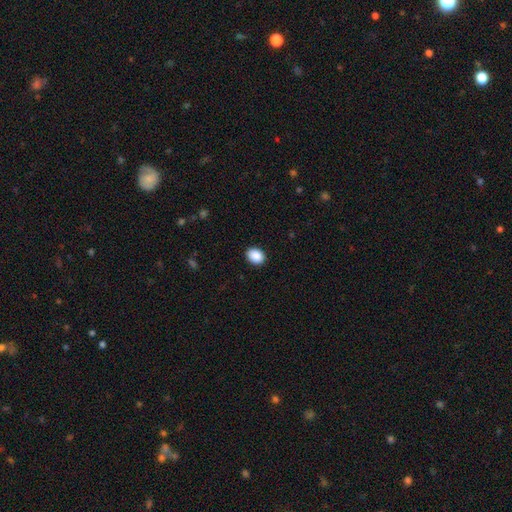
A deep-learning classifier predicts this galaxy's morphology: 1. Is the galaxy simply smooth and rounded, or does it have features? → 89% smooth, 8% star or artifact, 3% featured or disk.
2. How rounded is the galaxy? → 60% in between, 40% round, 1% cigar-shaped.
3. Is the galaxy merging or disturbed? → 91% none, 7% minor disturbance, 2% major disturbance, 1% merger.